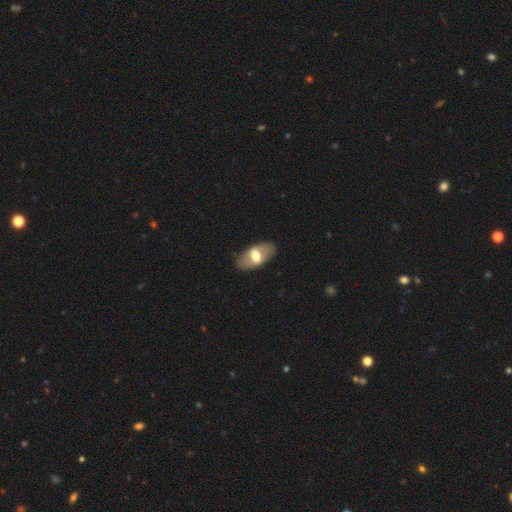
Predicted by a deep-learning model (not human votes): Morphology: type=smooth (50%); merging=none (85%).